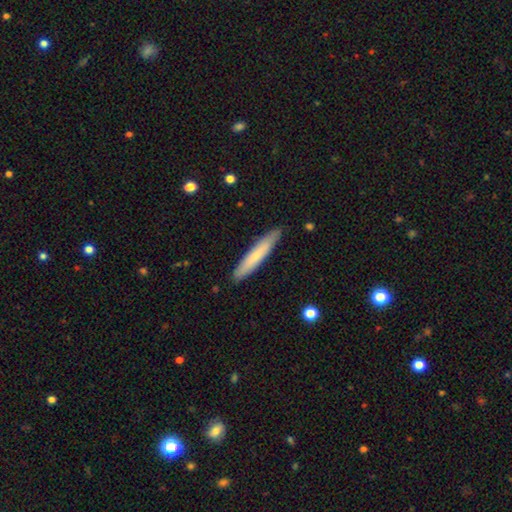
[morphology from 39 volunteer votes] Smooth or featured? 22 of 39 (56%) said smooth. How rounded? 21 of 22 (95%) said cigar-shaped. Merging? 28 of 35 (80%) said none.